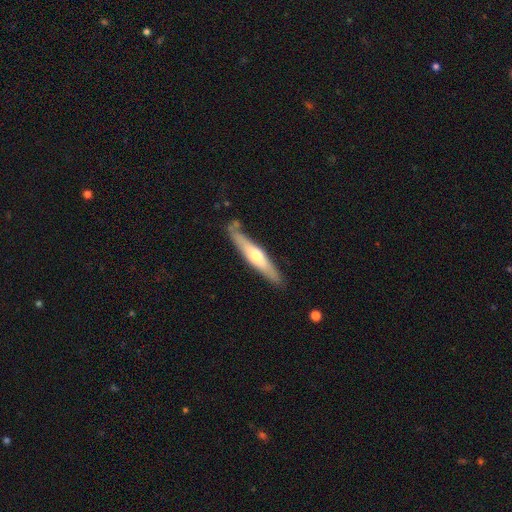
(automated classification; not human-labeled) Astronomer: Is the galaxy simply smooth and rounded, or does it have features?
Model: featured or disk — 52% (runner-up: smooth, 43%).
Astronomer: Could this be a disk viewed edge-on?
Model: yes — 90%.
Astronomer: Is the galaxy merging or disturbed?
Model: none — 79%.